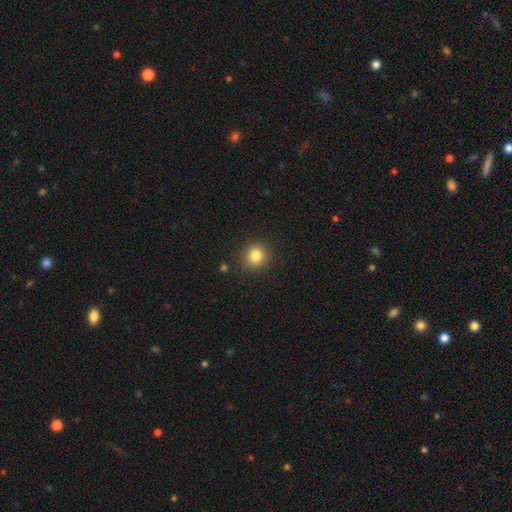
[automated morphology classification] A smooth galaxy with no disk features (82%) that is round (91%). Merging: none (89%).